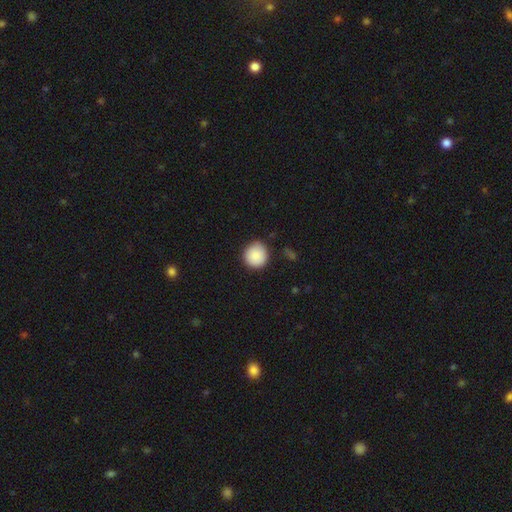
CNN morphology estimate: The model was most divided on "merging": none: 87%, minor disturbance: 9%, major disturbance: 2%, merger: 1%. More confident: how rounded — round (93%); smooth or featured — smooth (88%).